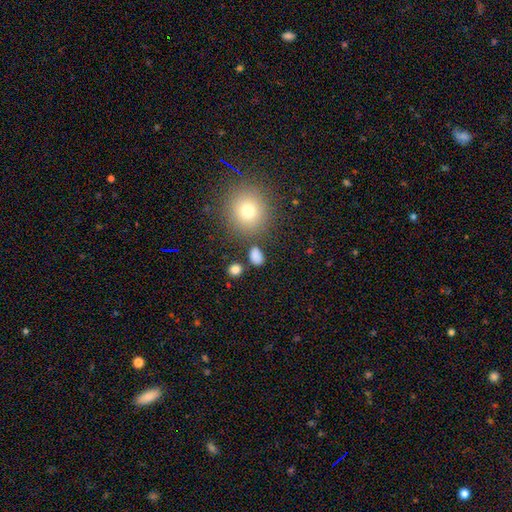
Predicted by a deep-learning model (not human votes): This is clearly a smooth galaxy (82%). How rounded: likely in between (64%). Merging: likely none (77%).